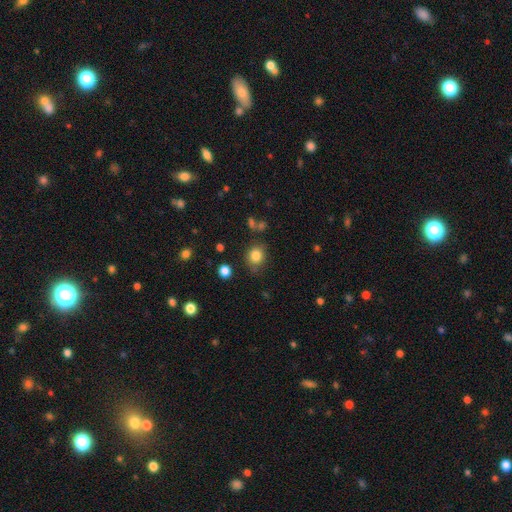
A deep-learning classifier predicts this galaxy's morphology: This appears to be a smooth galaxy with no disk features (83%) that is round (78%). Merging: none (76%).